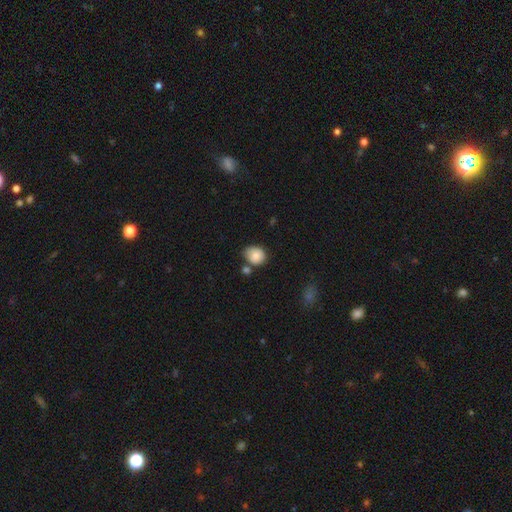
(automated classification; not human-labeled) Smooth or featured: smooth — 81% (featured or disk — 10%)
How rounded: round — 66% (in between — 33%)
Merging: none — 58% (minor disturbance — 20%)